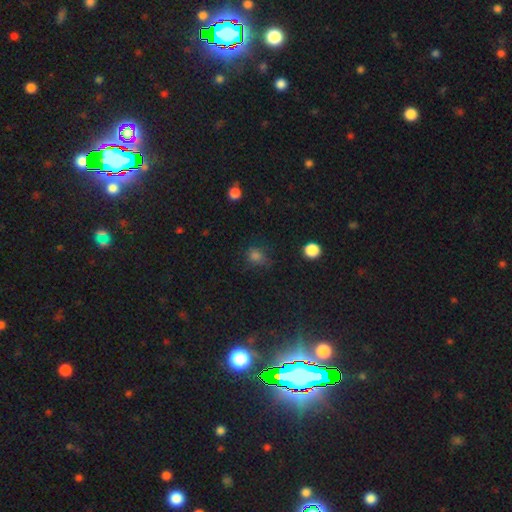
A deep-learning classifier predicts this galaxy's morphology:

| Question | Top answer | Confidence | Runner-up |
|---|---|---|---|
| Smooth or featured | smooth | 67% | star or artifact (27%) |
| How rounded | round | 70% | in between (29%) |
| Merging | none | 68% | minor disturbance (21%) |